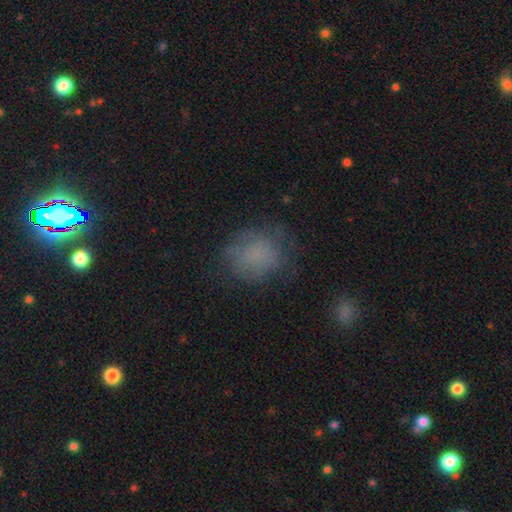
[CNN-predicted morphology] A smooth galaxy with no disk features (72%) that is round (67%).

Vote fractions:
- Smooth or featured? smooth: 72% / star or artifact: 14% / featured or disk: 14%
- How rounded? round: 67% / in between: 32% / cigar-shaped: 1%
- Merging? none: 68% / minor disturbance: 20% / major disturbance: 10% / merger: 2%